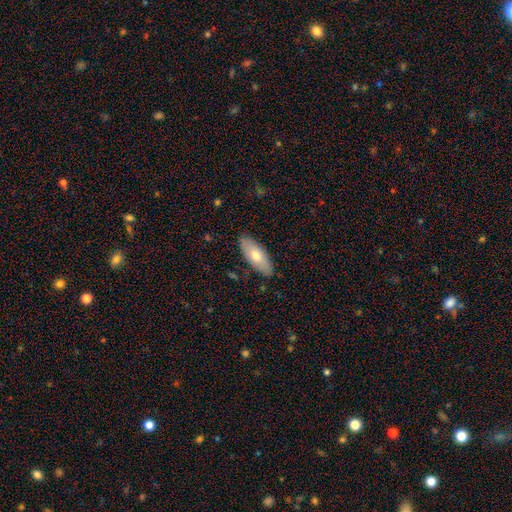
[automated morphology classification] Overall: smooth (69%). How rounded: in between (79%). Merging: none (87%).